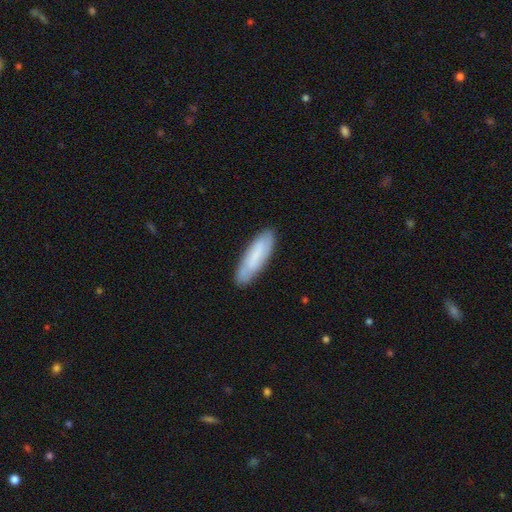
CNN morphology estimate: smooth-or-featured: smooth: 64% | featured or disk: 30% | star or artifact: 7%
  how-rounded: cigar-shaped: 60% | in between: 38% | round: 1%
  merging: none: 83% | minor disturbance: 13% | major disturbance: 3% | merger: 2%